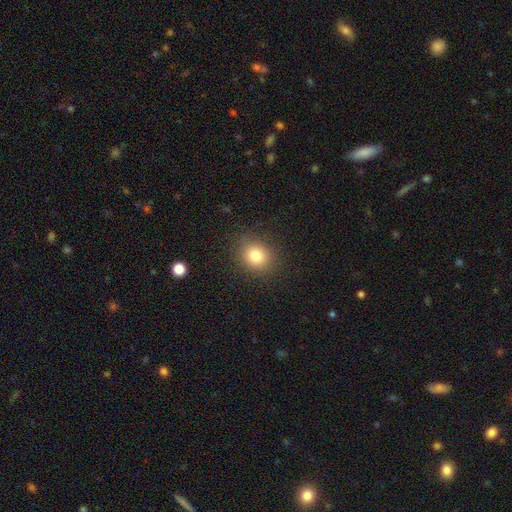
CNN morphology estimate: smooth 80%, star or artifact 12%, featured or disk 8%. Down the decision tree: how rounded — round (69%); merging — none (87%).